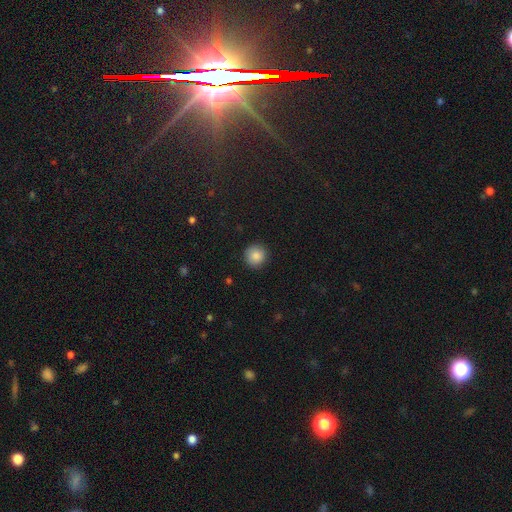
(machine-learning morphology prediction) smooth-or-featured: smooth: 87% | star or artifact: 9% | featured or disk: 4%
  how-rounded: round: 94% | in between: 5% | cigar-shaped: 1%
  merging: none: 91% | minor disturbance: 6% | major disturbance: 2% | merger: 1%